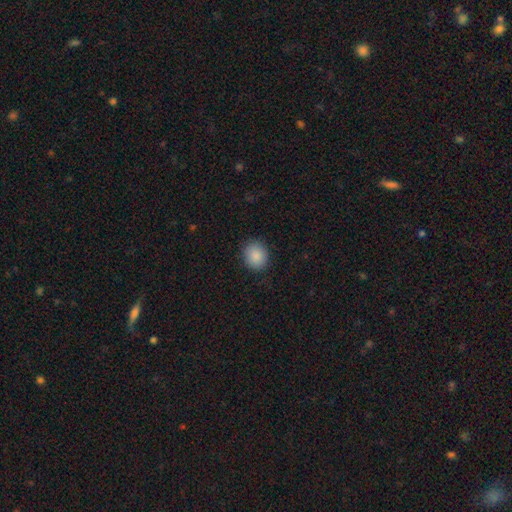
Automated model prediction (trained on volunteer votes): smooth_or_featured: smooth (p=0.88) [alt: star or artifact p=0.08]
how_rounded: round (p=0.73) [alt: in between p=0.27]
merging: none (p=0.89) [alt: minor disturbance p=0.08]